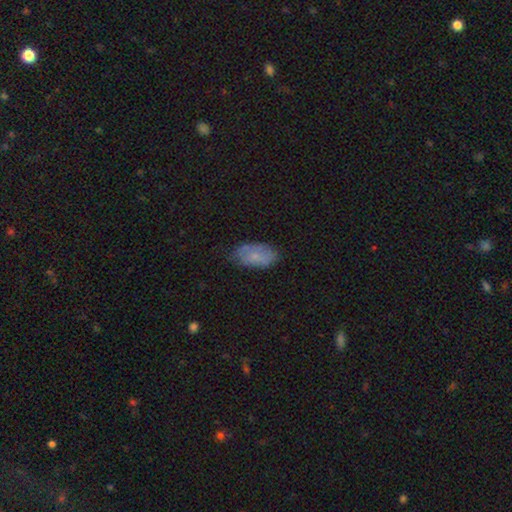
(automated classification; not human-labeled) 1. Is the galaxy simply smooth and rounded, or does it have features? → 70% smooth, 23% featured or disk, 7% star or artifact.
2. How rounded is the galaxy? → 93% in between, 4% round, 3% cigar-shaped.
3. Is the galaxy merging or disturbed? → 65% none, 27% minor disturbance, 7% major disturbance, 2% merger.